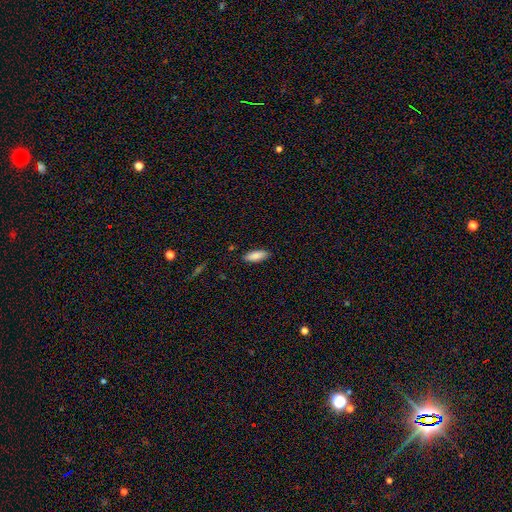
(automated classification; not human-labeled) smooth 88%, star or artifact 6%, featured or disk 6%. Down the decision tree: how rounded — in between (76%); merging — none (87%).